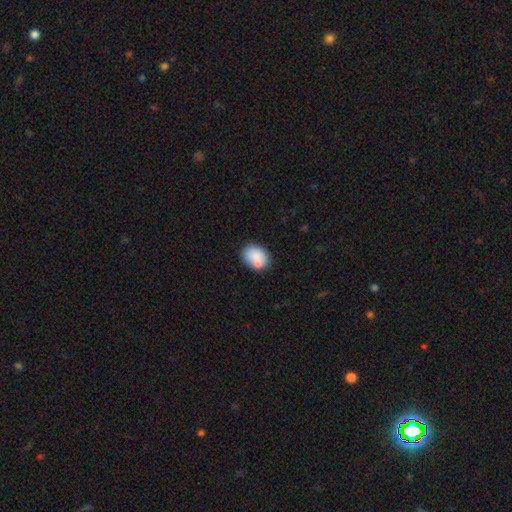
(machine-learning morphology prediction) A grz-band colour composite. It shows a smooth galaxy with no disk features (79%) that is in between round and cigar-shaped (62%). Merging: none (60%).